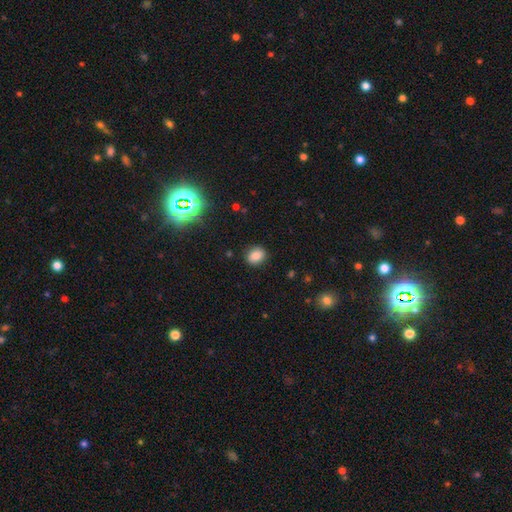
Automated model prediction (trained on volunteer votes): A smooth galaxy with no disk features (83%) that is round (55%).

Vote fractions:
- Smooth or featured? smooth: 83% / star or artifact: 11% / featured or disk: 6%
- How rounded? round: 55% / in between: 44% / cigar-shaped: 1%
- Merging? none: 89% / minor disturbance: 8% / major disturbance: 2% / merger: 1%